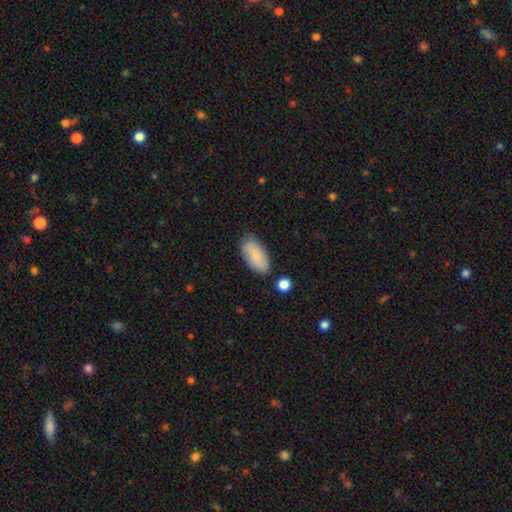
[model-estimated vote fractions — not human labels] smooth_or_featured: smooth (p=0.84) [alt: featured or disk p=0.09]
how_rounded: in between (p=0.91) [alt: cigar-shaped p=0.07]
merging: none (p=0.79) [alt: minor disturbance p=0.15]